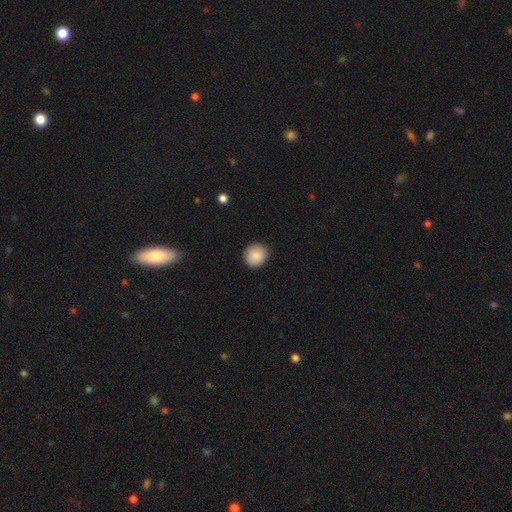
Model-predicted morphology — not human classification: This is clearly a smooth galaxy (88%). How rounded: clearly round (89%). Merging: clearly none (90%).